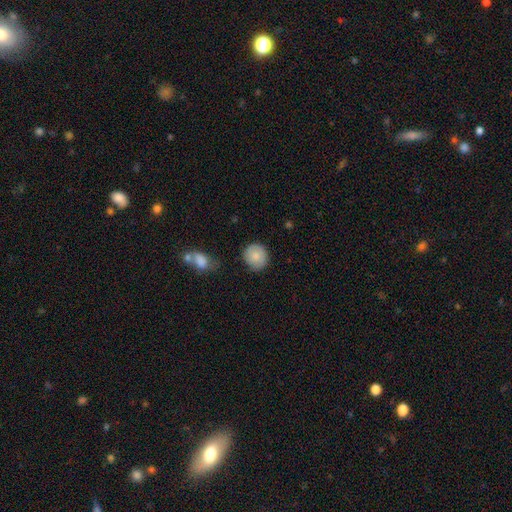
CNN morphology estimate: Smooth or featured?
  - smooth: 83% *
  - featured or disk: 10%
  - star or artifact: 7%
How rounded?
  - round: 86% *
  - in between: 13%
  - cigar-shaped: 1%
Merging?
  - none: 78% *
  - minor disturbance: 16%
  - major disturbance: 4%
  - merger: 3%